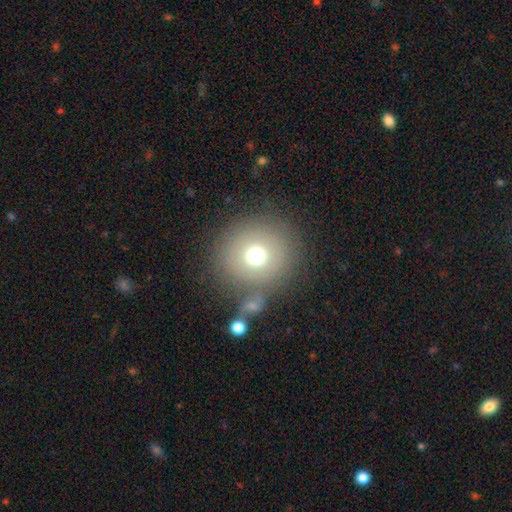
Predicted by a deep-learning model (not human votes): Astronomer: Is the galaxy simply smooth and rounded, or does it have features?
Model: smooth — 70%.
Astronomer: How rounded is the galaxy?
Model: round — 91%.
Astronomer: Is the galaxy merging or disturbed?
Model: none — 70%.